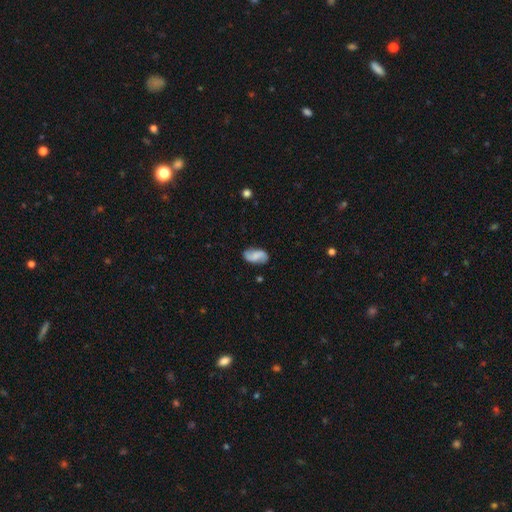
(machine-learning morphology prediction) The model was most divided on "smooth or featured": featured or disk: 50%, smooth: 42%, star or artifact: 8%. More confident: merging — none (79%).